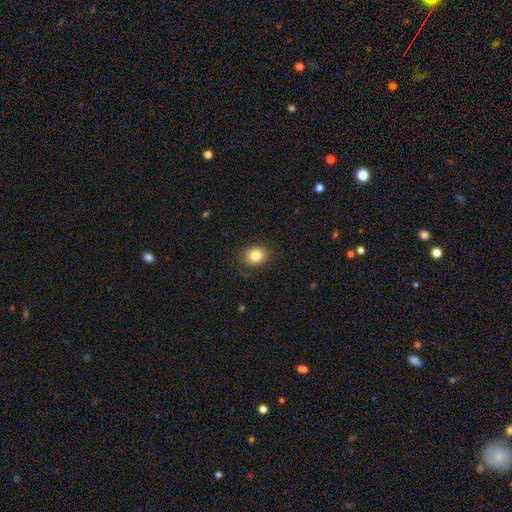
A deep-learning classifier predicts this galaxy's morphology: smooth_or_featured: smooth (p=0.83) [alt: star or artifact p=0.10]
how_rounded: round (p=0.68) [alt: in between p=0.31]
merging: none (p=0.86) [alt: minor disturbance p=0.10]